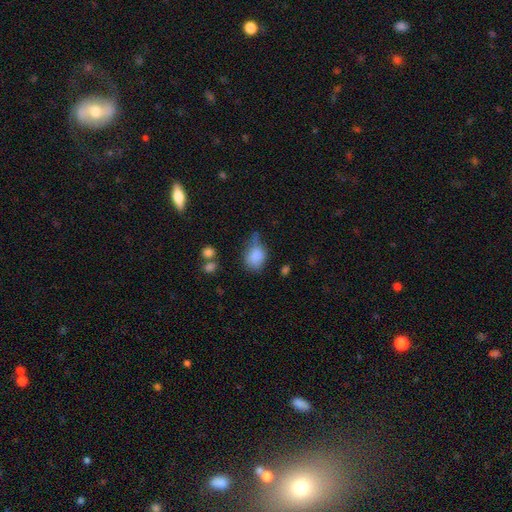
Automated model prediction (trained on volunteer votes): smooth 83%, star or artifact 9%, featured or disk 8%. Down the decision tree: how rounded — in between (59%); merging — minor disturbance (39%).